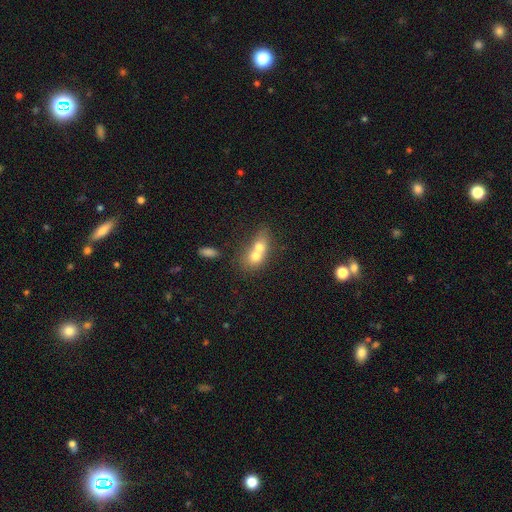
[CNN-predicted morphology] Smooth or featured?
  - smooth: 64% *
  - featured or disk: 27%
  - star or artifact: 9%
How rounded?
  - in between: 52% *
  - round: 44%
  - cigar-shaped: 4%
Merging?
  - merger: 76% *
  - none: 16%
  - minor disturbance: 5%
  - major disturbance: 3%